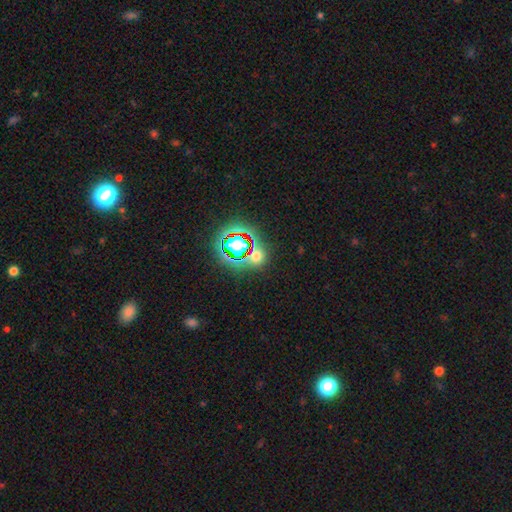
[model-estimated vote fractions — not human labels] A star or artifact, not a galaxy (47%).